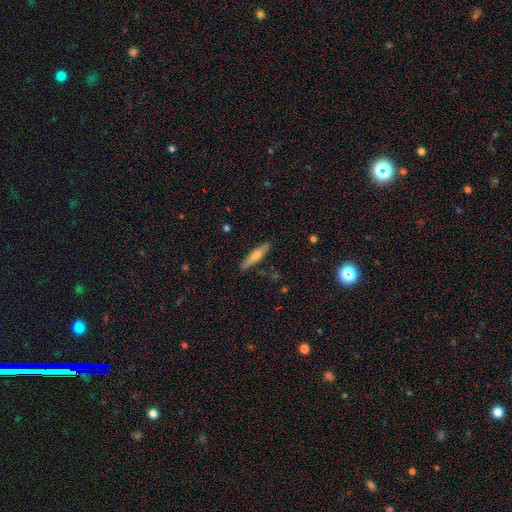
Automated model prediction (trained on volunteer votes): Overall: smooth (53%; featured or disk 41%). How rounded: cigar-shaped (87%). Merging: none (88%).